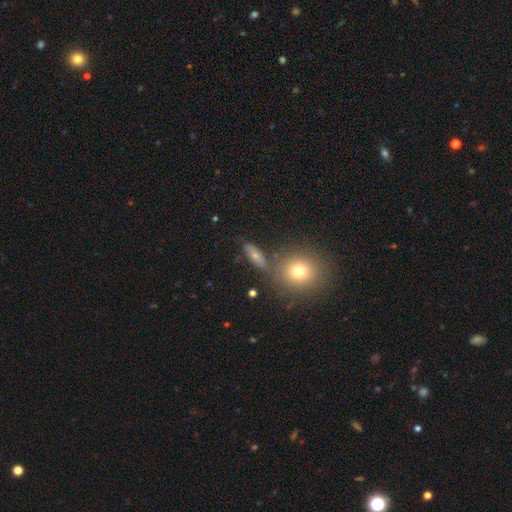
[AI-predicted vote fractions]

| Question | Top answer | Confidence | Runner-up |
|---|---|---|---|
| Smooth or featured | smooth | 60% | featured or disk (26%) |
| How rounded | in between | 51% | cigar-shaped (31%) |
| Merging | none | 70% | minor disturbance (15%) |